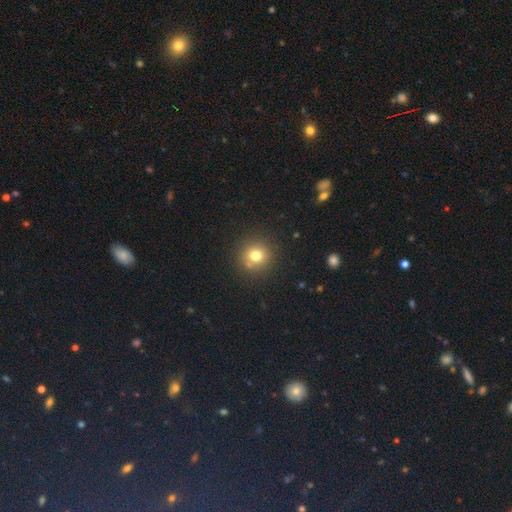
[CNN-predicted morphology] A smooth galaxy with no disk features (75%) that is round (92%).

Vote fractions:
- Smooth or featured? smooth: 75% / star or artifact: 15% / featured or disk: 10%
- How rounded? round: 92% / in between: 7% / cigar-shaped: 1%
- Merging? none: 83% / minor disturbance: 9% / merger: 6% / major disturbance: 3%